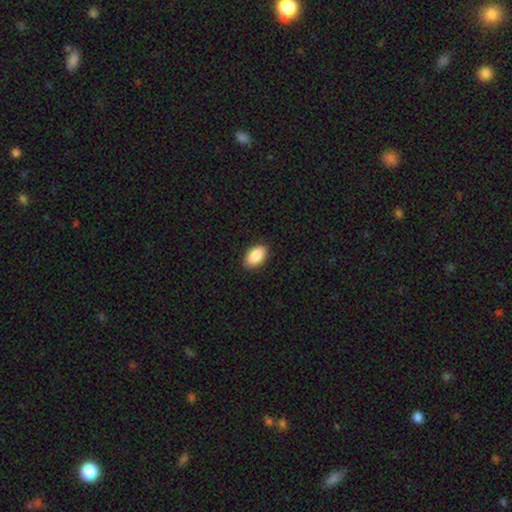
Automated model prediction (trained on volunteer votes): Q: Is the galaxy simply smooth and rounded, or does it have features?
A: smooth — 90%.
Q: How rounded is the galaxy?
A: in between — 94%.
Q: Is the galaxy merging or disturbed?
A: none — 90%.